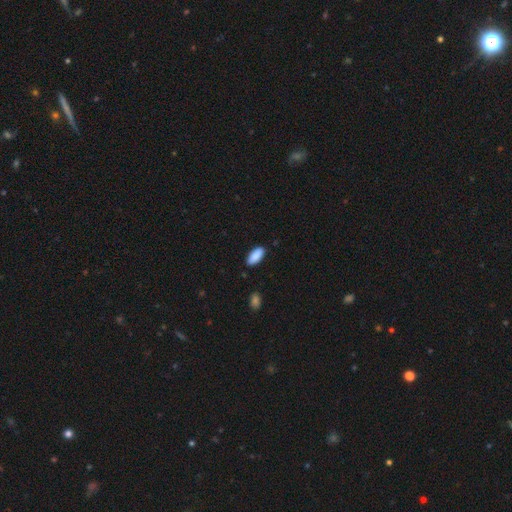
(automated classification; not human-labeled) A smooth galaxy with no disk features (90%) that is in between round and cigar-shaped (89%).

Vote fractions:
- Smooth or featured? smooth: 90% / star or artifact: 6% / featured or disk: 4%
- How rounded? in between: 89% / cigar-shaped: 10% / round: 2%
- Merging? none: 87% / minor disturbance: 9% / major disturbance: 2% / merger: 1%